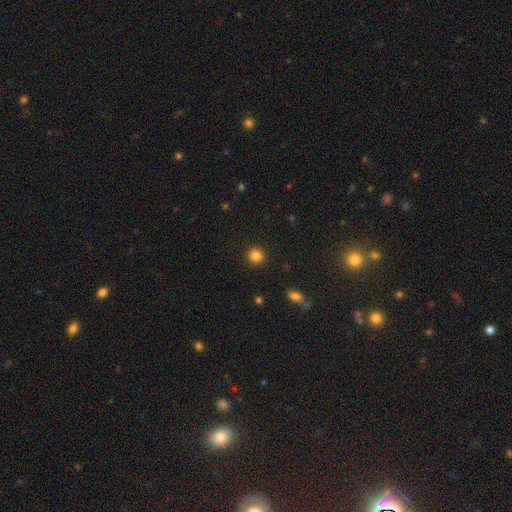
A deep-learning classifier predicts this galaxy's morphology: smooth_or_featured: smooth (p=0.84) [alt: star or artifact p=0.11]
how_rounded: round (p=0.94) [alt: in between p=0.05]
merging: none (p=0.93) [alt: minor disturbance p=0.05]